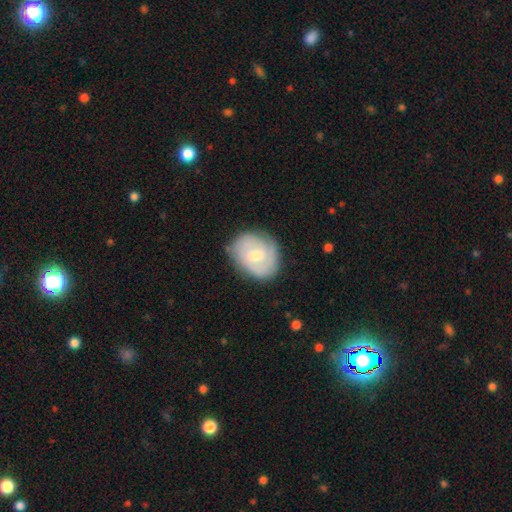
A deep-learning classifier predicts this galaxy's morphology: Overall: featured or disk (59%; smooth 35%). Edge-on disk: no (97%). Bar: no (52%; weak 42%). Spiral arms: yes (81%). Bulge size: moderate (54%; small 40%). Merging: none (75%).